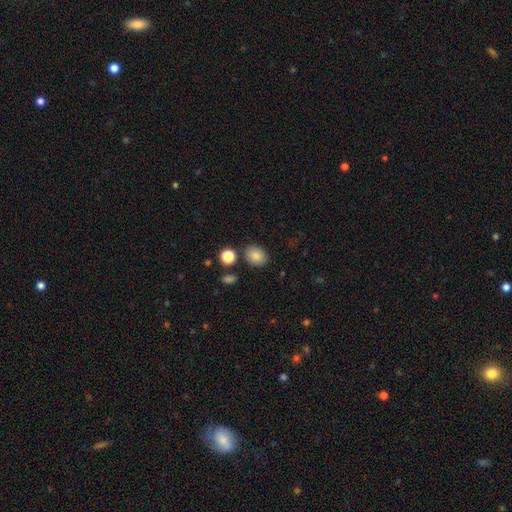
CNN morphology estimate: This appears to be a smooth galaxy with no disk features (85%) that is in between round and cigar-shaped (54%). Merging: none (83%).